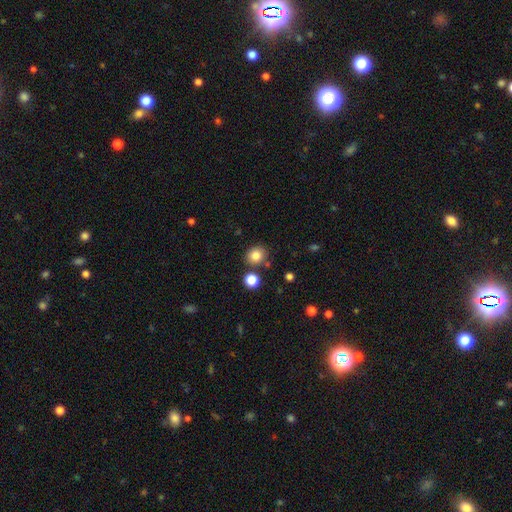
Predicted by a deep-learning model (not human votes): Smooth or featured?
  - smooth: 83% *
  - star or artifact: 11%
  - featured or disk: 6%
How rounded?
  - round: 74% *
  - in between: 25%
  - cigar-shaped: 1%
Merging?
  - none: 80% *
  - minor disturbance: 9%
  - merger: 8%
  - major disturbance: 3%